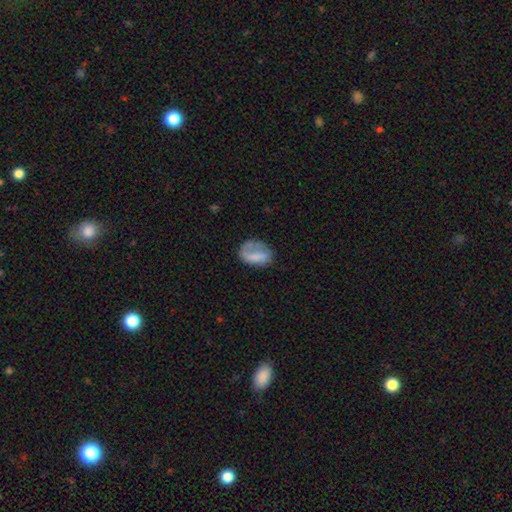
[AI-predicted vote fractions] smooth-or-featured: smooth: 63% | featured or disk: 29% | star or artifact: 8%
  how-rounded: in between: 74% | round: 24% | cigar-shaped: 2%
  merging: none: 43% | major disturbance: 28% | minor disturbance: 27% | merger: 3%